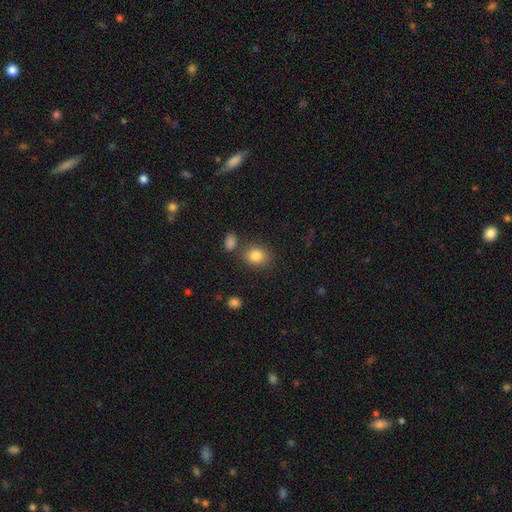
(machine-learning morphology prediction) Smooth or featured? Predicted: smooth (p=0.84). How rounded? Predicted: round (p=0.53). Merging? Predicted: none (p=0.76).